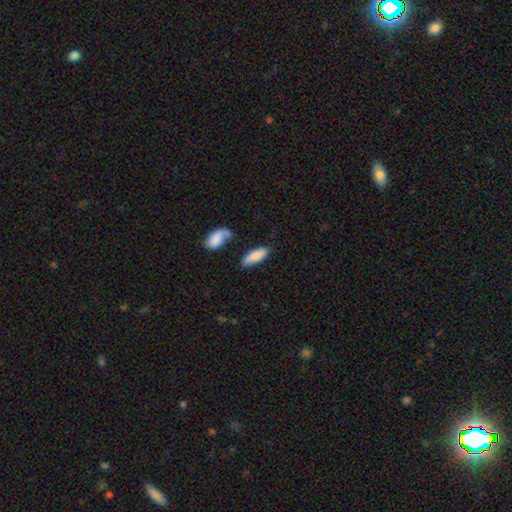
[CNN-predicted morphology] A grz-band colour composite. It shows a smooth galaxy with no disk features (83%) that is in between round and cigar-shaped (70%). Merging: none (60%).